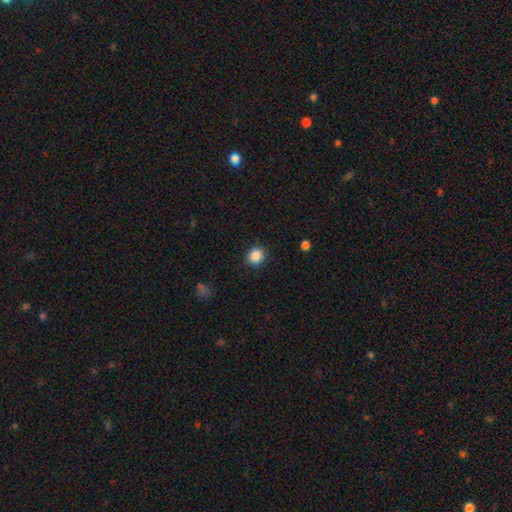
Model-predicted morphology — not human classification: smooth 87%, star or artifact 10%, featured or disk 3%. Down the decision tree: how rounded — round (85%); merging — none (89%).